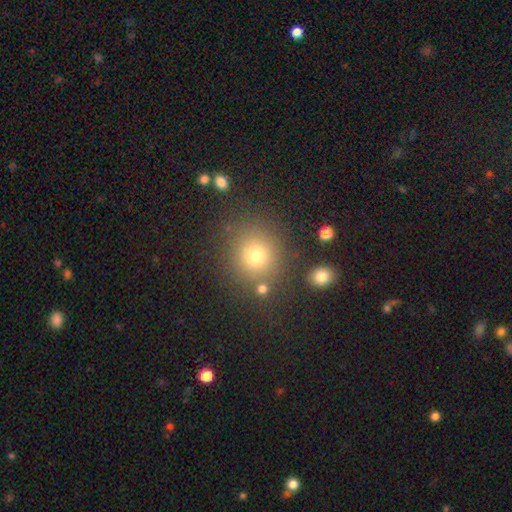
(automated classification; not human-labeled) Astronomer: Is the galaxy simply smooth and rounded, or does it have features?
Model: smooth — 74%.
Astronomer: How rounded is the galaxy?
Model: round — 87%.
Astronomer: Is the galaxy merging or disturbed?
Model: none — 81%.